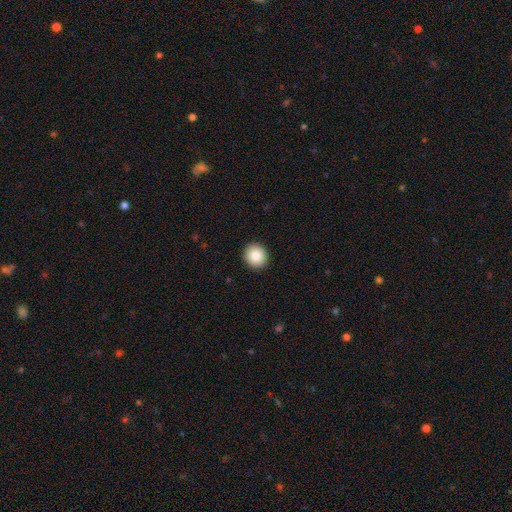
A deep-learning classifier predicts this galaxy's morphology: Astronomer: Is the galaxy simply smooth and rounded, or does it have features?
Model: smooth — 87%.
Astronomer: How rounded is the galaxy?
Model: round — 87%.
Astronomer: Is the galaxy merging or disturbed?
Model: none — 92%.